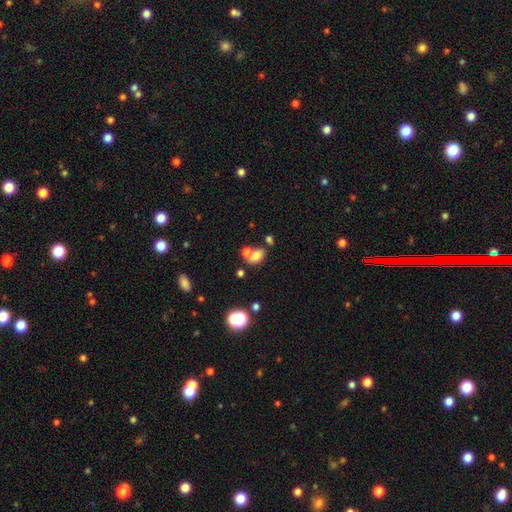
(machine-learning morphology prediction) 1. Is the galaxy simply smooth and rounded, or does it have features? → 73% smooth, 14% star or artifact, 13% featured or disk.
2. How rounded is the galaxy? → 79% in between, 19% round, 2% cigar-shaped.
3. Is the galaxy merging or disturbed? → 41% merger (tied), 41% none (tied), 12% minor disturbance, 6% major disturbance.